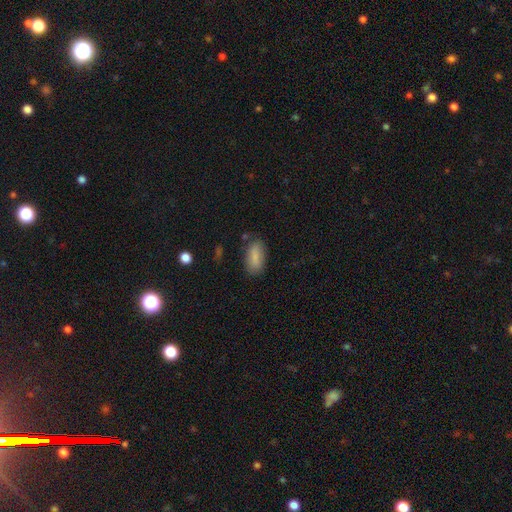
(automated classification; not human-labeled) Smooth or featured?
  - smooth: 84% *
  - featured or disk: 9%
  - star or artifact: 7%
How rounded?
  - in between: 90% *
  - cigar-shaped: 7%
  - round: 3%
Merging?
  - none: 77% *
  - minor disturbance: 16%
  - major disturbance: 4%
  - merger: 3%